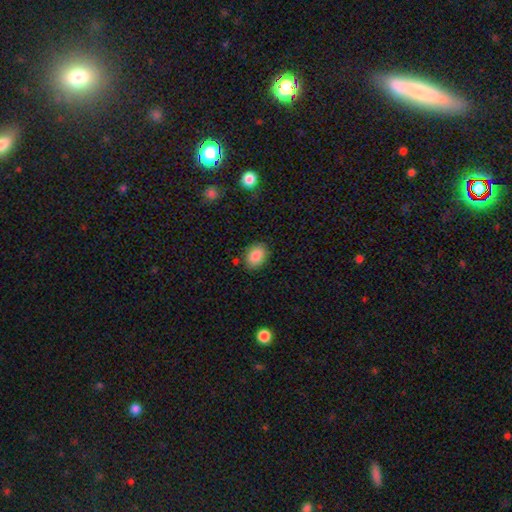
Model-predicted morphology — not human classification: Smooth or featured: smooth — 87% (star or artifact — 8%)
How rounded: in between — 80% (round — 19%)
Merging: none — 84% (minor disturbance — 11%)